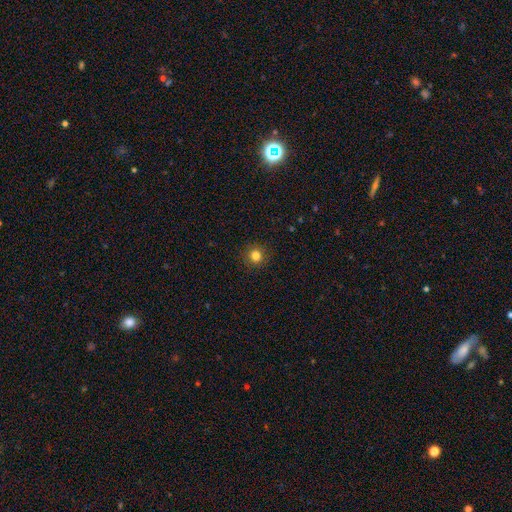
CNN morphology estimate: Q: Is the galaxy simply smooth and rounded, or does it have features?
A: smooth — 82%.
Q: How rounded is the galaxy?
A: round — 92%.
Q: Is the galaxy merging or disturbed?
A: none — 91%.